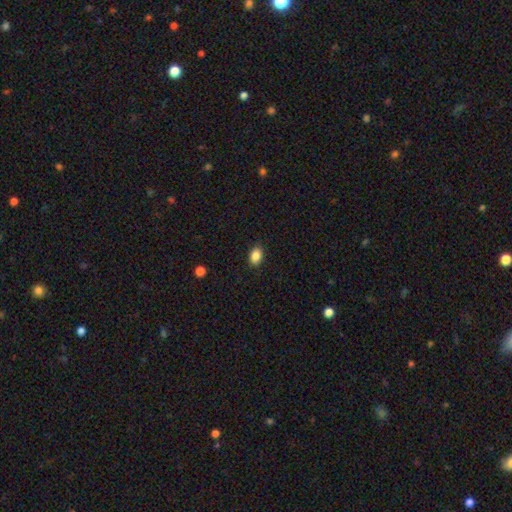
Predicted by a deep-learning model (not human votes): This appears to be a smooth galaxy with no disk features (87%) that is in between round and cigar-shaped (81%). Merging: none (88%).